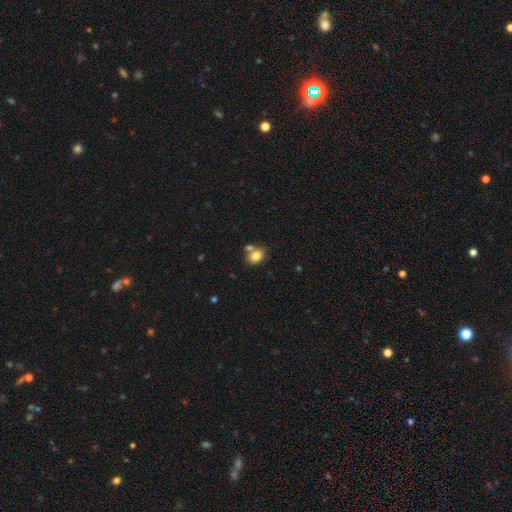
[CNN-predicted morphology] Smooth or featured? Predicted: smooth (p=0.81). How rounded? Predicted: in between (p=0.71). Merging? Predicted: none (p=0.54).